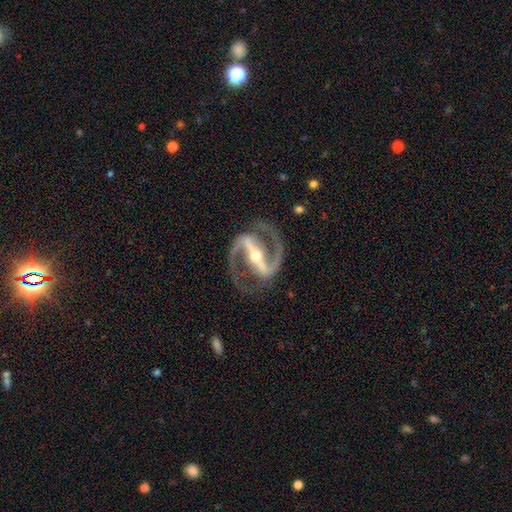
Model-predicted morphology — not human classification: Overall: featured or disk (94%). Edge-on disk: no (97%). Bar: strong (84%). Spiral arms: yes (98%). Spiral arm count: 2 (95%). Spiral winding: medium (63%; tight 26%). Bulge size: moderate (52%; small 44%). Merging: none (84%).